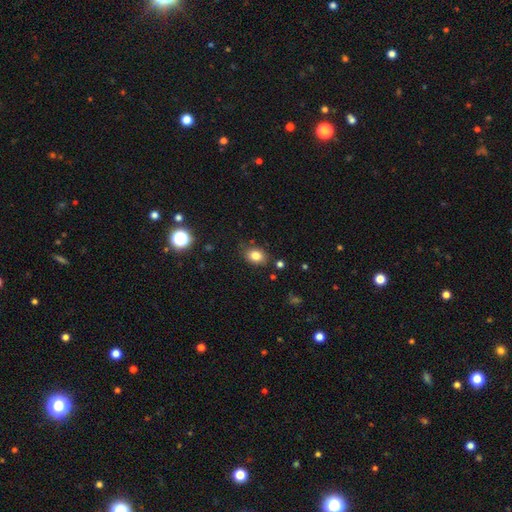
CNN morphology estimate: Smooth or featured? smooth (82%)
How rounded? in between (66%)
Merging? none (81%)